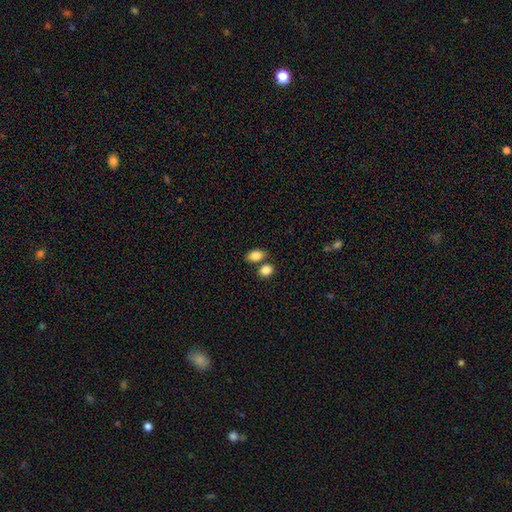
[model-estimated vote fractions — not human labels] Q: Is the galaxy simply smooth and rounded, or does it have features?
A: smooth — 85%.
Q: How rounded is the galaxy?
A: in between — 81%.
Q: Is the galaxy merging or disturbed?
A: none — 63%.